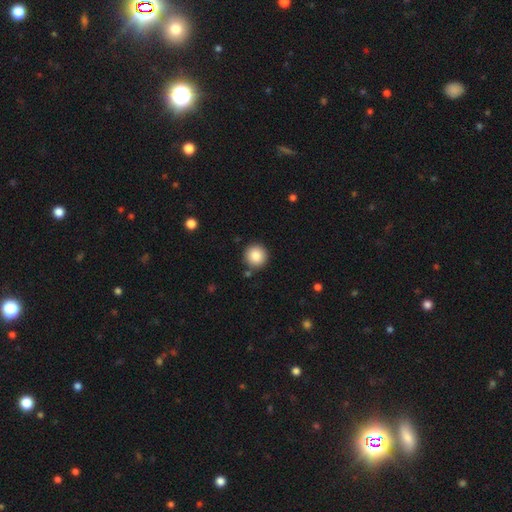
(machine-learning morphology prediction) Overall: smooth (85%). How rounded: round (95%). Merging: none (88%).